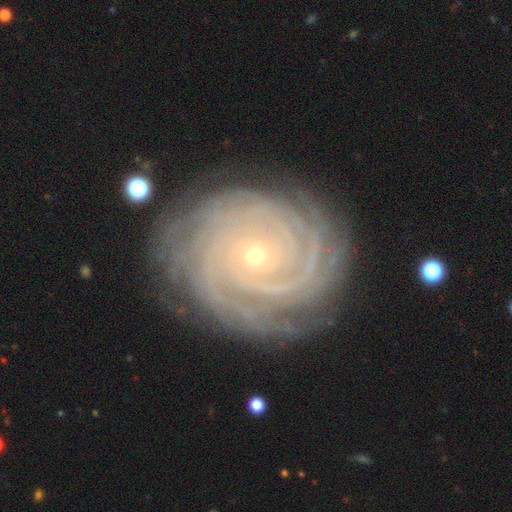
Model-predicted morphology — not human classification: type=featured or disk (90%); edge-on=no (97%); bar=no (80%); spiral arms=yes (98%); winding=tight (89%); arm count=more than 4 (26%); bulge=small (84%); merging=none (81%).